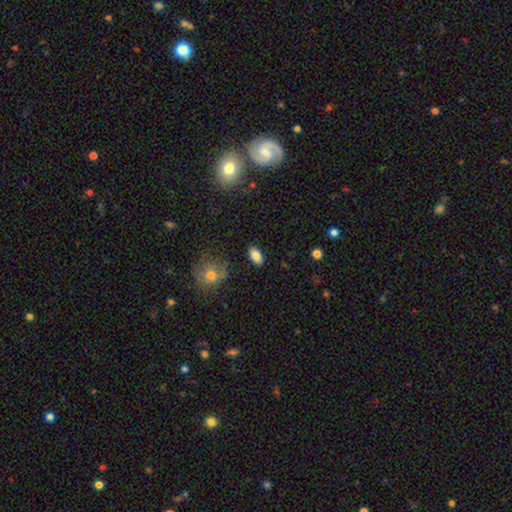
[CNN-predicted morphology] smooth_or_featured: smooth (p=0.84) [alt: star or artifact p=0.08]
how_rounded: in between (p=0.91) [alt: round p=0.05]
merging: none (p=0.87) [alt: minor disturbance p=0.09]